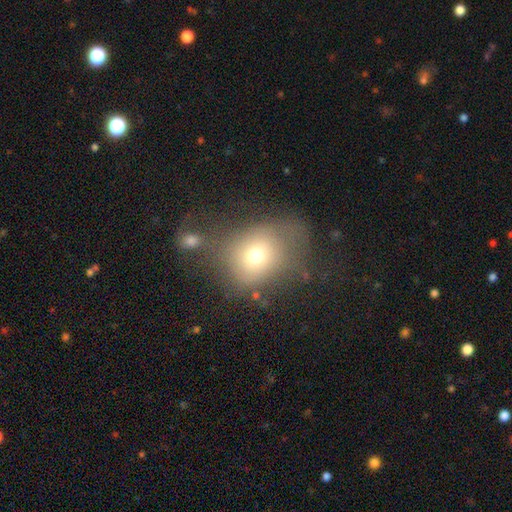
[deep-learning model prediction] smooth-or-featured: smooth: 67% | featured or disk: 19% | star or artifact: 14%
  how-rounded: round: 60% | in between: 39% | cigar-shaped: 1%
  merging: none: 37% | major disturbance: 26% | minor disturbance: 21% | merger: 17%